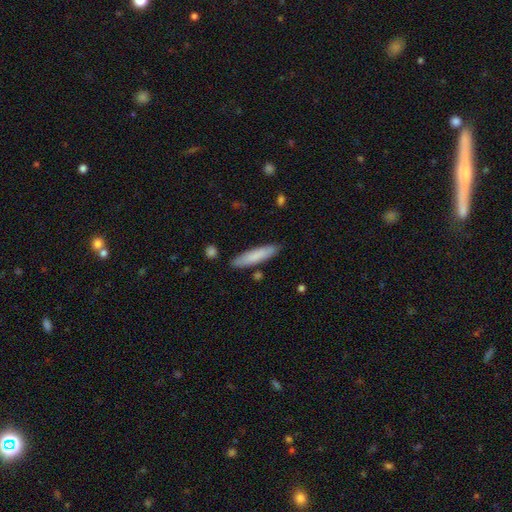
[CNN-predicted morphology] type=smooth (80%); roundness=cigar-shaped (82%); merging=none (86%).